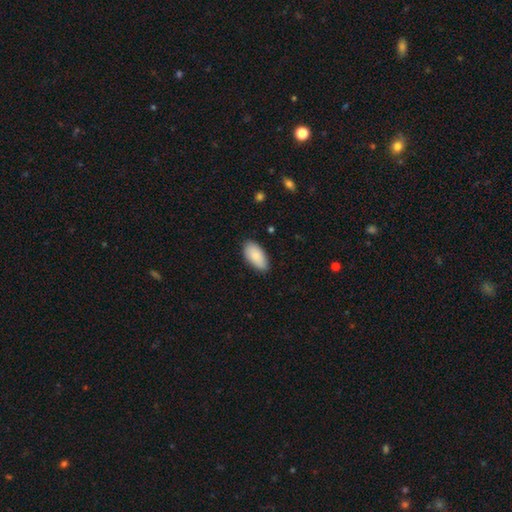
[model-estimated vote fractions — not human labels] smooth-or-featured: smooth: 87% | featured or disk: 7% | star or artifact: 6%
  how-rounded: in between: 94% | cigar-shaped: 4% | round: 2%
  merging: none: 83% | minor disturbance: 13% | major disturbance: 2% | merger: 1%